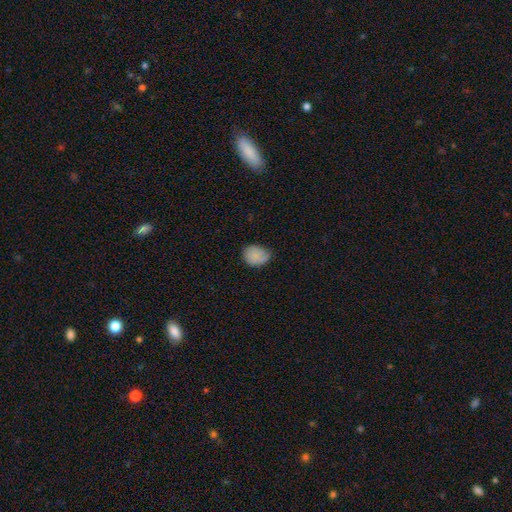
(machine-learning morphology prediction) This is clearly a smooth galaxy (82%). How rounded: possibly in between (59%). Merging: possibly none (59%).